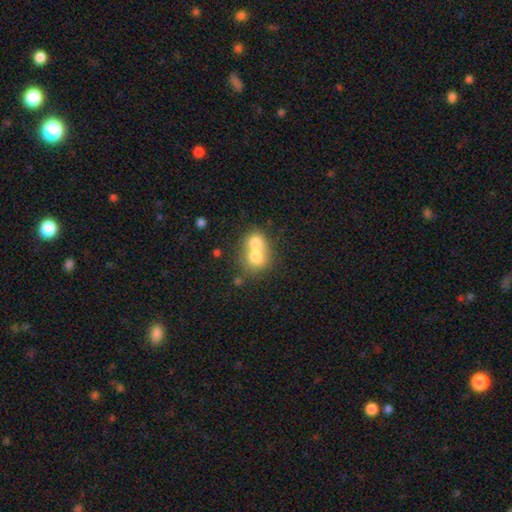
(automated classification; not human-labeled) Smooth or featured?
  - smooth: 71% *
  - featured or disk: 20%
  - star or artifact: 9%
How rounded?
  - round: 65% *
  - in between: 34%
  - cigar-shaped: 1%
Merging?
  - merger: 71% *
  - none: 21%
  - minor disturbance: 5%
  - major disturbance: 3%